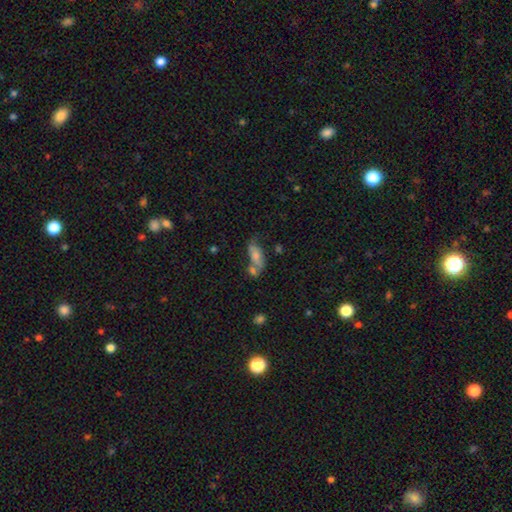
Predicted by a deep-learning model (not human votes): This is possibly a smooth galaxy (57%). How rounded: likely in between (74%). Merging: marginally none (40%).